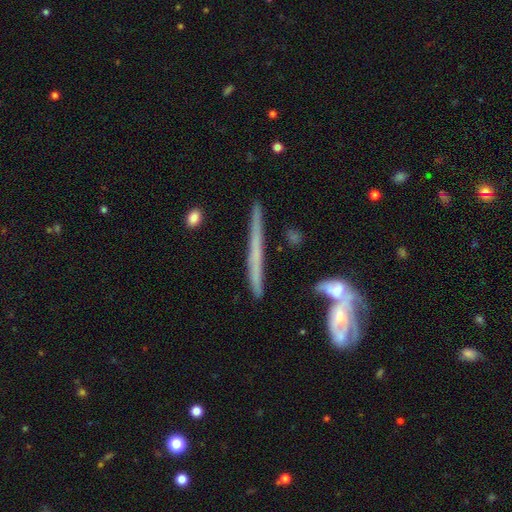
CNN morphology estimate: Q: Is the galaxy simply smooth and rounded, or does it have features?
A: featured or disk — 63%.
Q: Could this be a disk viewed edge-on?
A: yes — 93%.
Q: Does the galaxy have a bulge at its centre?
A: none — 69%.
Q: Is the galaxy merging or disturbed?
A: none — 74%.